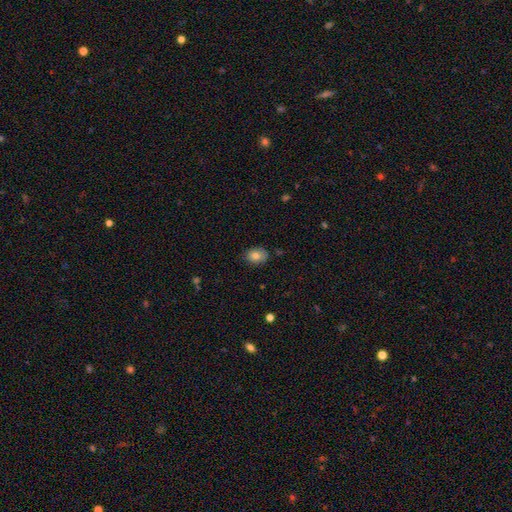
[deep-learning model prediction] smooth 81%, featured or disk 10%, star or artifact 9%. Down the decision tree: how rounded — in between (71%); merging — none (83%).